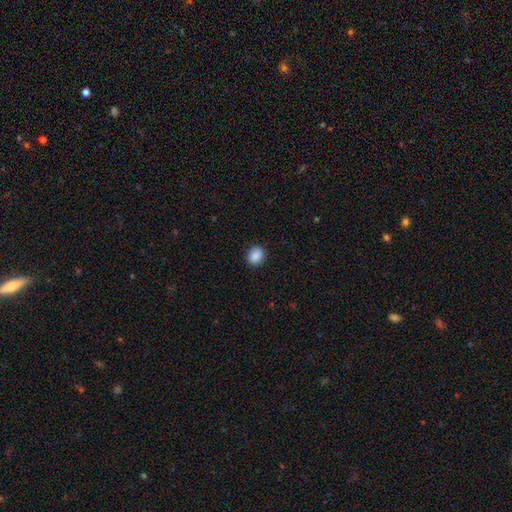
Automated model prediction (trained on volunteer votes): smooth-or-featured: smooth: 88% | star or artifact: 8% | featured or disk: 3%
  how-rounded: round: 51% | in between: 48% | cigar-shaped: 1%
  merging: none: 88% | minor disturbance: 9% | major disturbance: 2% | merger: 1%